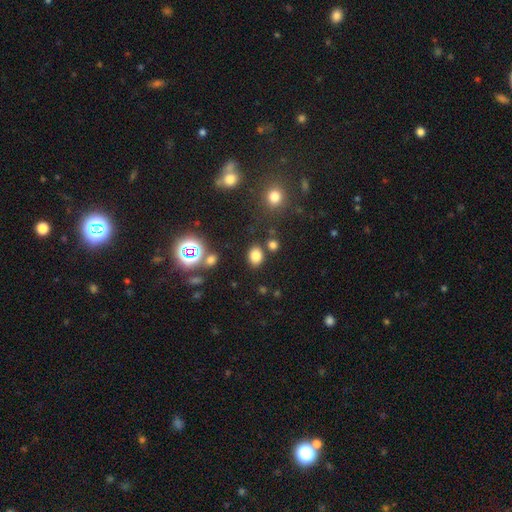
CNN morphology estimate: Smooth or featured? smooth (78%)
How rounded? in between (58%)
Merging? none (81%)